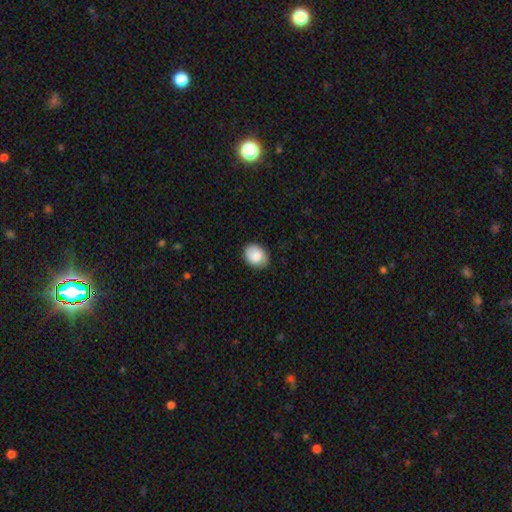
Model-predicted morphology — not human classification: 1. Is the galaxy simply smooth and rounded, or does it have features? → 84% smooth, 9% featured or disk, 7% star or artifact.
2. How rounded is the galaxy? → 66% in between, 33% round, 1% cigar-shaped.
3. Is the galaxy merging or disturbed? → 83% none, 14% minor disturbance, 3% major disturbance, 1% merger.